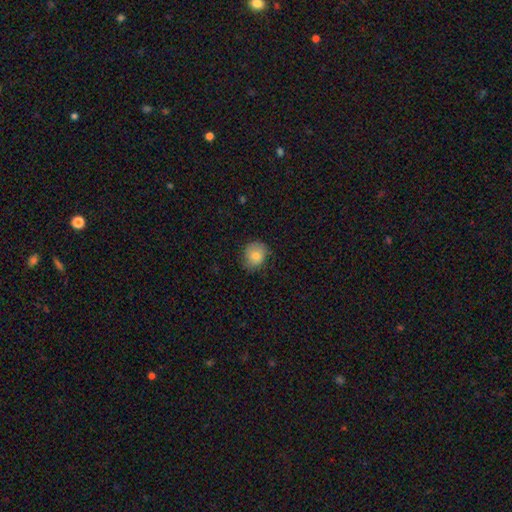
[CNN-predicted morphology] Smooth or featured? smooth (78%)
How rounded? round (70%)
Merging? none (71%)